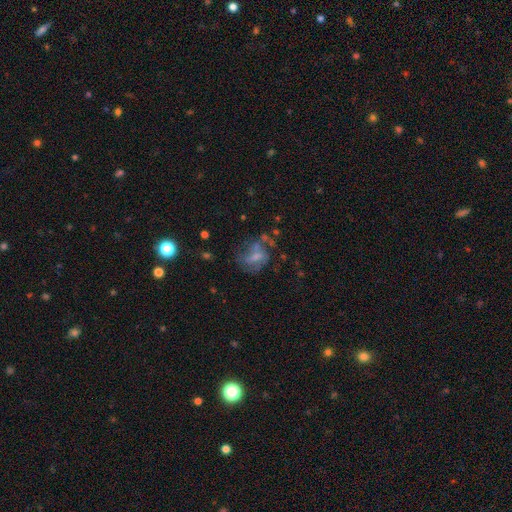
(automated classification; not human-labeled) smooth_or_featured: featured or disk (p=0.47) [alt: smooth p=0.40]
merging: none (p=0.38) [alt: major disturbance p=0.32]